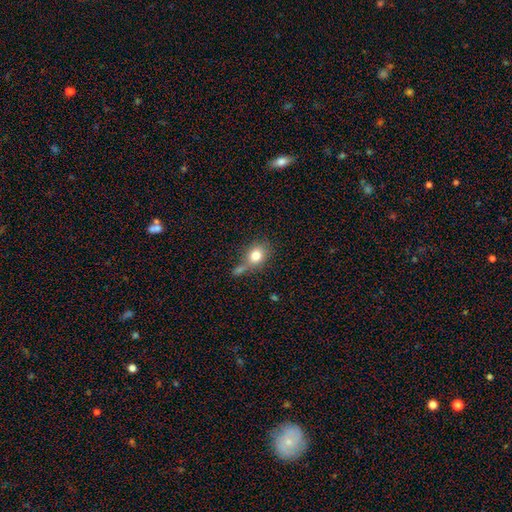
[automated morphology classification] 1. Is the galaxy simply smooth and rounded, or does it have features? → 80% smooth, 11% featured or disk, 10% star or artifact.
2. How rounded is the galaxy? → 59% round, 40% in between, 1% cigar-shaped.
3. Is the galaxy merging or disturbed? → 47% none, 28% merger, 17% minor disturbance, 8% major disturbance.